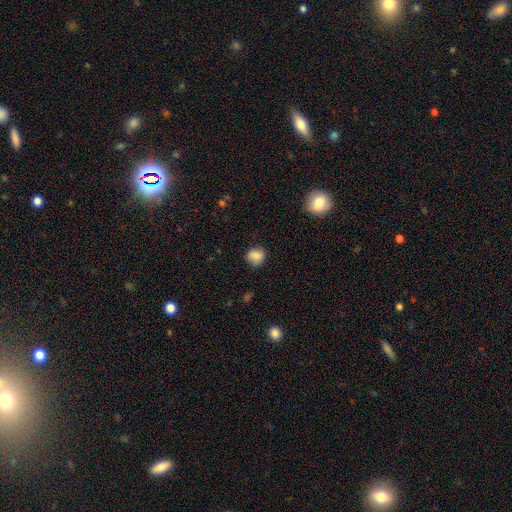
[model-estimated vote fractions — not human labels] Q: Smooth or featured?
A: smooth (86%); runner-up: star or artifact (9%)
Q: How rounded?
A: round (73%); runner-up: in between (26%)
Q: Merging?
A: none (81%); runner-up: minor disturbance (14%)